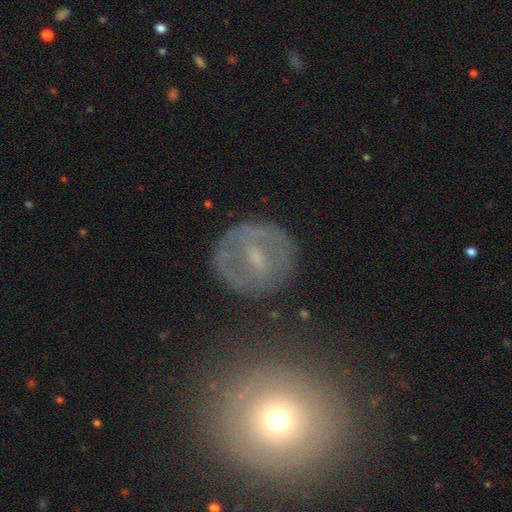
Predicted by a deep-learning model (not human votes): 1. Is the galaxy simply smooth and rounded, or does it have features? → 62% featured or disk, 26% smooth, 12% star or artifact.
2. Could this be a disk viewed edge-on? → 94% no, 6% yes.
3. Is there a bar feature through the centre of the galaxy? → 42% weak, 38% strong, 19% no.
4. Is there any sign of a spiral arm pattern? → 55% no, 45% yes.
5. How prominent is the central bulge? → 65% small, 29% moderate, 4% none, 2% large, 1% dominant.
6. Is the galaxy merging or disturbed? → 78% none, 13% minor disturbance, 7% major disturbance, 3% merger.